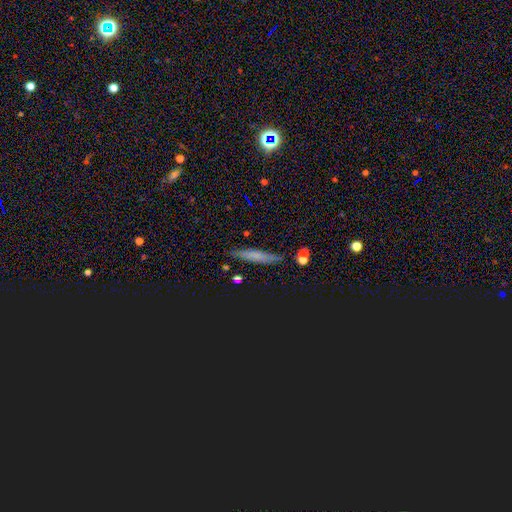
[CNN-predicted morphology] Smooth or featured?
  - smooth: 58% *
  - featured or disk: 24%
  - star or artifact: 19%
How rounded?
  - cigar-shaped: 87% *
  - in between: 10%
  - round: 3%
Merging?
  - none: 83% *
  - minor disturbance: 12%
  - major disturbance: 3%
  - merger: 3%